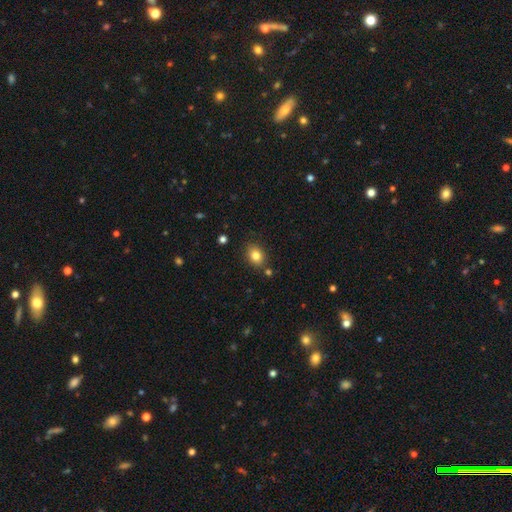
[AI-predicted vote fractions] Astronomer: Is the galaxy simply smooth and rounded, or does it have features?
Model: smooth — 82%.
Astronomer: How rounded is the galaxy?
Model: in between — 63%.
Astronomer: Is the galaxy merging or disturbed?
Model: none — 81%.